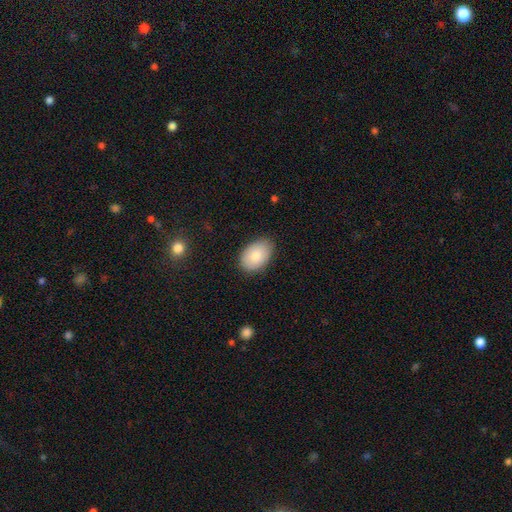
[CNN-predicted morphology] This is clearly a smooth galaxy (82%). How rounded: clearly in between (89%). Merging: clearly none (82%).